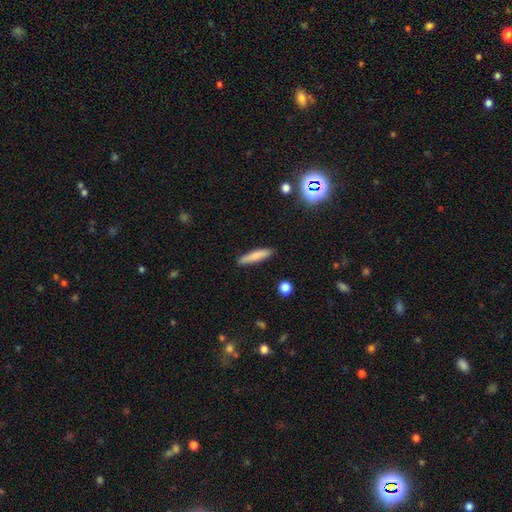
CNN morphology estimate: This is likely a smooth galaxy (77%). How rounded: clearly cigar-shaped (86%). Merging: clearly none (87%).